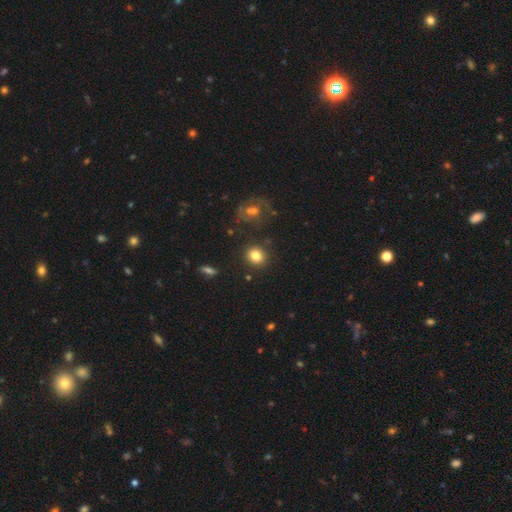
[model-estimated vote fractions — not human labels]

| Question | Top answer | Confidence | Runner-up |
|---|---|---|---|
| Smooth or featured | smooth | 82% | star or artifact (10%) |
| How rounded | round | 82% | in between (17%) |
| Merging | none | 86% | minor disturbance (8%) |